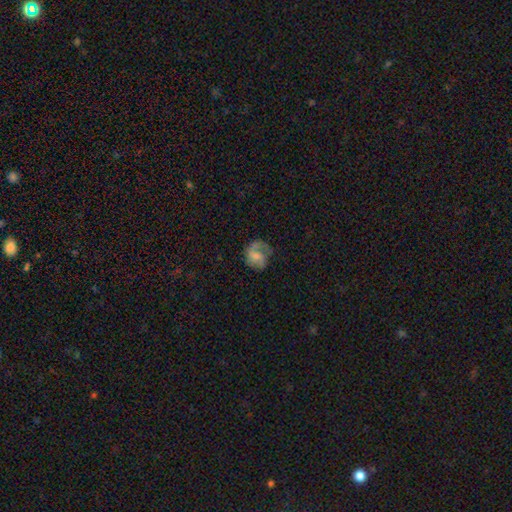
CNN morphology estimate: A smooth galaxy with no disk features (46%).

Vote fractions:
- Smooth or featured? smooth: 46% / featured or disk: 45% / star or artifact: 9%
- Merging? none: 44% / major disturbance: 28% / minor disturbance: 26% / merger: 2%